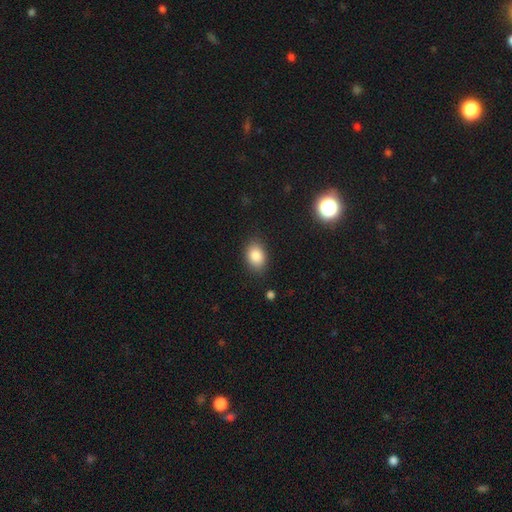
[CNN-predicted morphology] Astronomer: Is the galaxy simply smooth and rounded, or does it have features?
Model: smooth — 86%.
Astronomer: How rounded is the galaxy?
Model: in between — 76%.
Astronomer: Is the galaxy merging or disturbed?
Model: none — 84%.